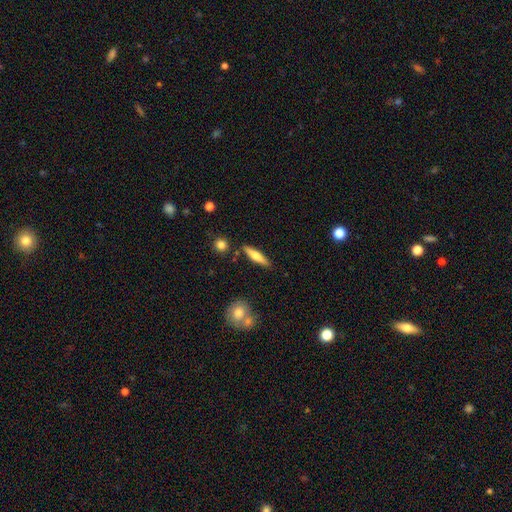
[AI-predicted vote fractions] The model was most divided on "smooth or featured": smooth: 57%, featured or disk: 37%, star or artifact: 6%. More confident: merging — none (85%); how rounded — cigar-shaped (79%).